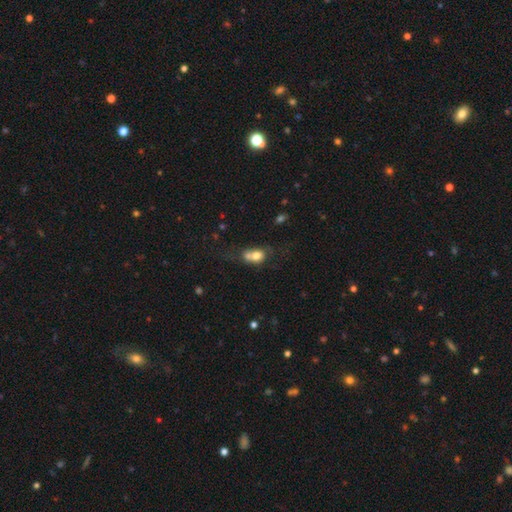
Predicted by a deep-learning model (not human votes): Smooth or featured?
  - smooth: 72% *
  - featured or disk: 18%
  - star or artifact: 11%
How rounded?
  - in between: 54% *
  - round: 44%
  - cigar-shaped: 2%
Merging?
  - merger: 55% *
  - none: 24%
  - minor disturbance: 12%
  - major disturbance: 9%